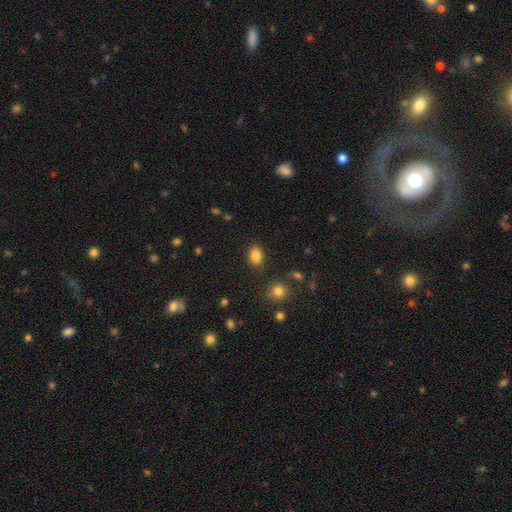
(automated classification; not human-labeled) Overall: smooth (84%). How rounded: in between (75%). Merging: none (86%).